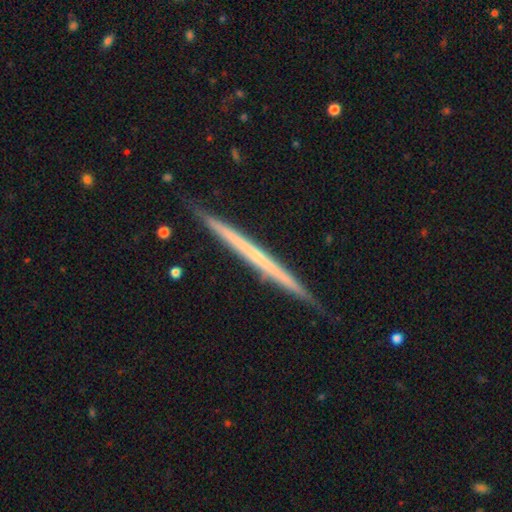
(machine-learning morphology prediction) Overall: featured or disk (64%; smooth 30%). Edge-on disk: yes (98%). Edge-on bulge: none (90%). Merging: none (90%).